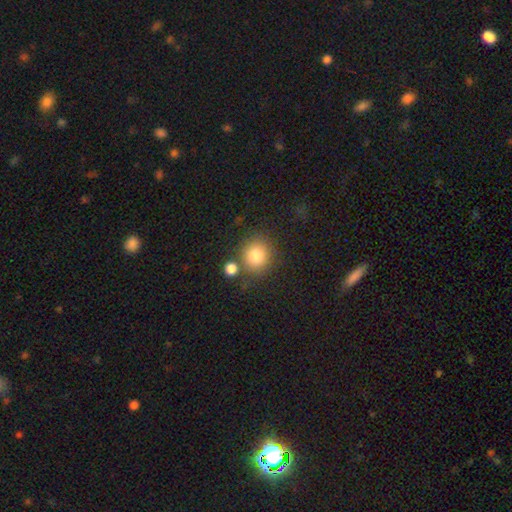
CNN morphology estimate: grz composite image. It shows a smooth galaxy with no disk features (81%) that is round (87%). Merging: none (73%).